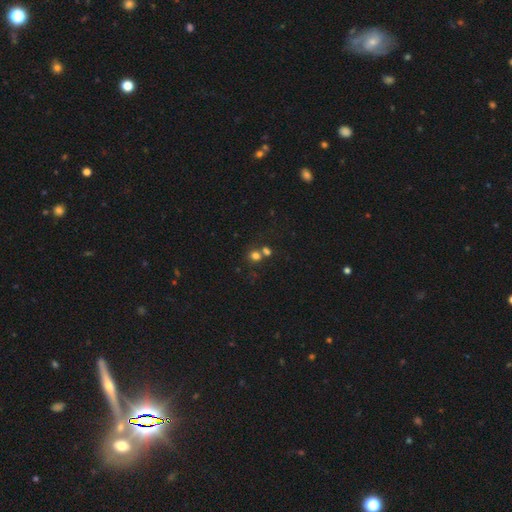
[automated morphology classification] Q: Smooth or featured?
A: smooth (72%); runner-up: star or artifact (18%)
Q: How rounded?
A: round (81%); runner-up: in between (18%)
Q: Merging?
A: none (51%); runner-up: merger (38%)